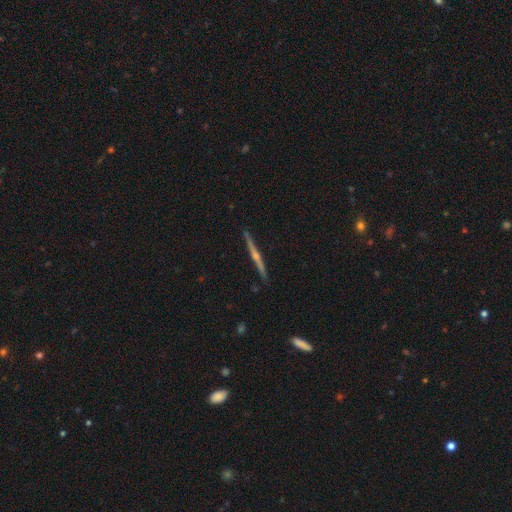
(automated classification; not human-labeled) A featured or disk galaxy (80%) viewed edge-on (98%) with a rounded central bulge (81%).

Vote fractions:
- Smooth or featured? featured or disk: 80% / smooth: 14% / star or artifact: 6%
- Edge-on disk? yes: 98% / no: 2%
- Edge-on bulge? rounded: 81% / none: 14% / boxy: 6%
- Merging? none: 91% / minor disturbance: 7% / major disturbance: 1% / merger: 1%